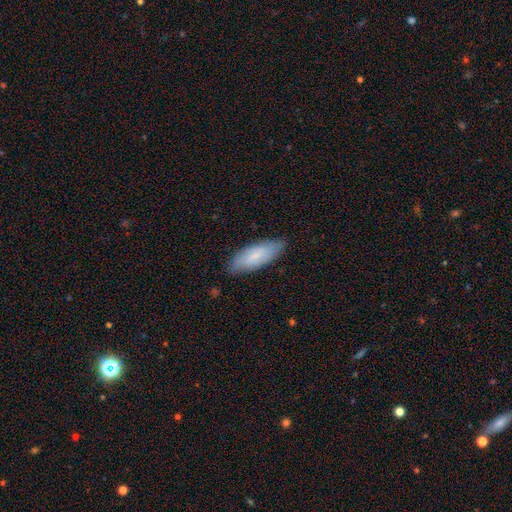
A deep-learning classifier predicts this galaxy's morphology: The model was most divided on "how rounded": in between: 66%, cigar-shaped: 32%, round: 2%. More confident: merging — none (83%); smooth or featured — smooth (73%).